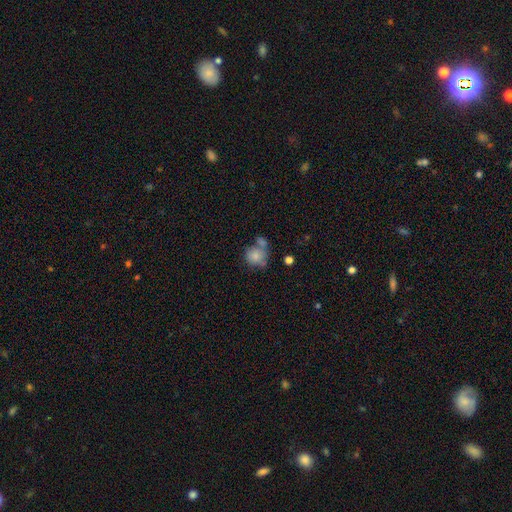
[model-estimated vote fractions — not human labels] Overall: smooth (78%). How rounded: round (79%). Merging: none (41%; merger 34%).